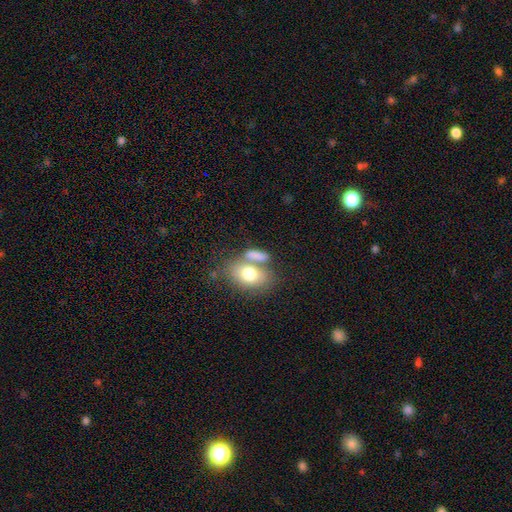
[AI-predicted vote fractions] Smooth or featured: smooth — 76% (featured or disk — 17%)
How rounded: in between — 78% (round — 16%)
Merging: merger — 42% (none — 39%)